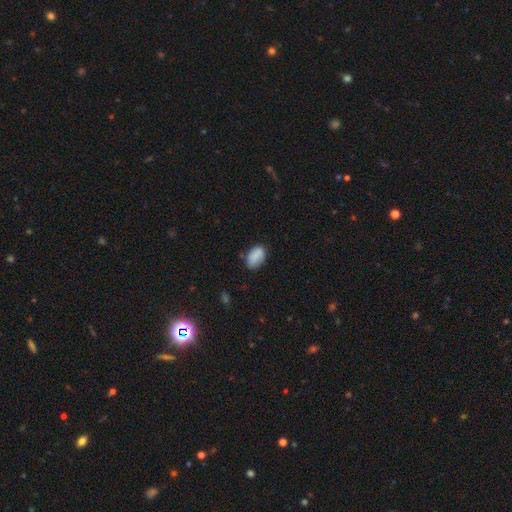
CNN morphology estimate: Smooth or featured: smooth — 85% (featured or disk — 7%)
How rounded: in between — 89% (round — 9%)
Merging: none — 71% (minor disturbance — 22%)